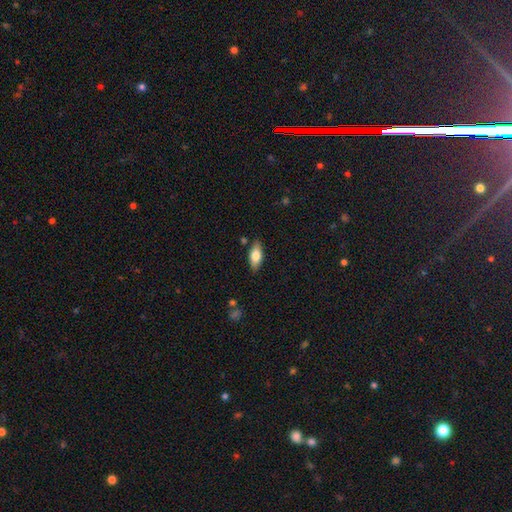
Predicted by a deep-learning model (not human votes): Q: Smooth or featured?
A: smooth (70%); runner-up: featured or disk (23%)
Q: How rounded?
A: in between (81%); runner-up: cigar-shaped (17%)
Q: Merging?
A: none (85%); runner-up: minor disturbance (11%)